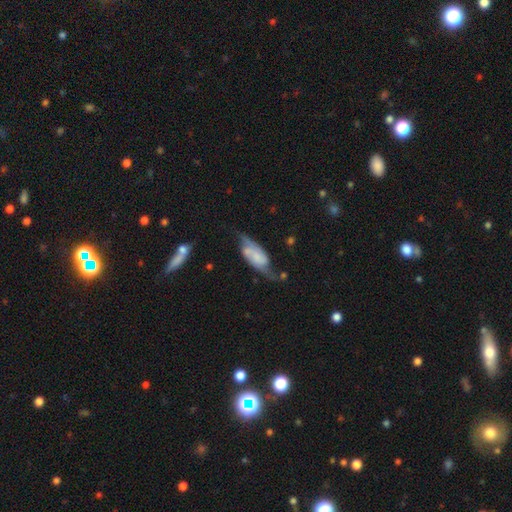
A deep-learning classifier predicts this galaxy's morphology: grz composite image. It shows a featured or disk galaxy (65%) with no bar (57%), 2 (86%) loose (47%) spiral arms (89%) and no central bulge (38%). Merging: none (46%).